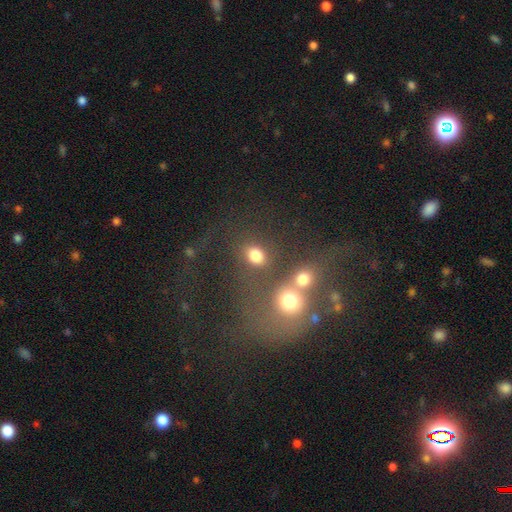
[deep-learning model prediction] smooth 79%, star or artifact 14%, featured or disk 7%. Down the decision tree: how rounded — round (50%); merging — none (61%).